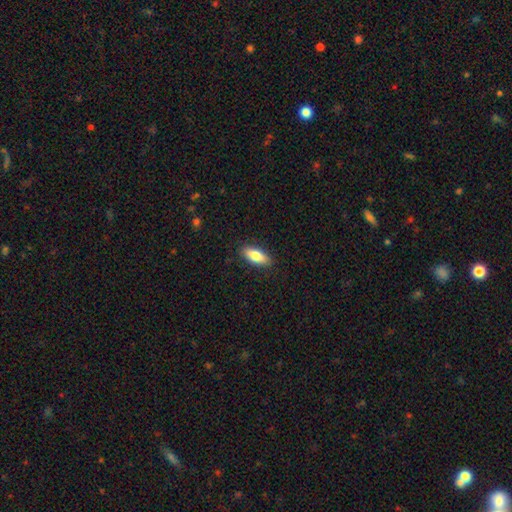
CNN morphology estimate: Smooth or featured? smooth (77%)
How rounded? in between (75%)
Merging? none (88%)